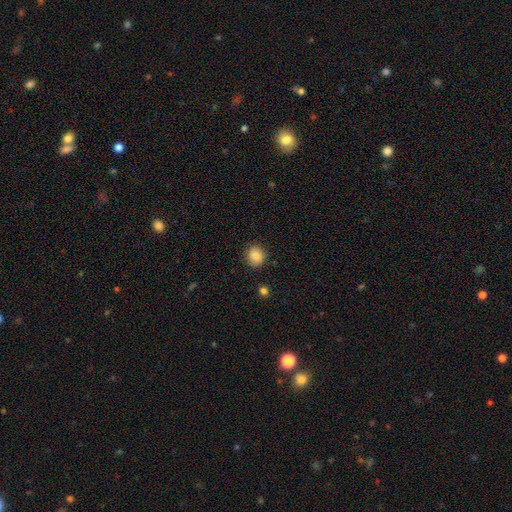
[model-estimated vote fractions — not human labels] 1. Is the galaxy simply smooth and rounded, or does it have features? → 84% smooth, 9% star or artifact, 7% featured or disk.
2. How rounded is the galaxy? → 84% round, 15% in between, 1% cigar-shaped.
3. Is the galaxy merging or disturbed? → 85% none, 11% minor disturbance, 3% major disturbance, 2% merger.